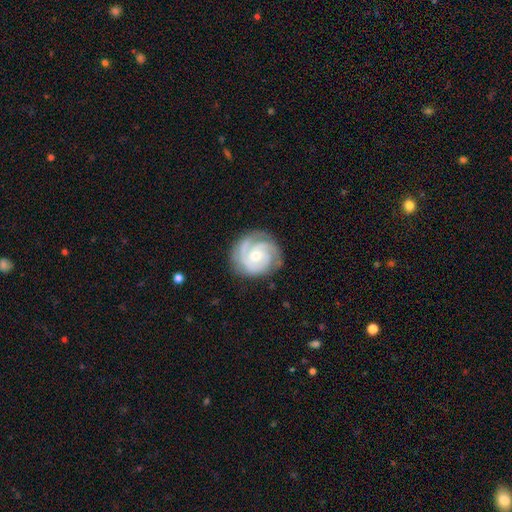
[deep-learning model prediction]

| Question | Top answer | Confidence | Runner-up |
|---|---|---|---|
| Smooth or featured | featured or disk | 87% | smooth (9%) |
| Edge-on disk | no | 98% | yes (2%) |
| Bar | no | 67% | weak (28%) |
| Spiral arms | yes | 97% | no (3%) |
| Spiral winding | tight | 65% | medium (30%) |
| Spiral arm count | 3 | 52% | 2 (23%) |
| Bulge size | moderate | 51% | small (46%) |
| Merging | none | 79% | minor disturbance (15%) |